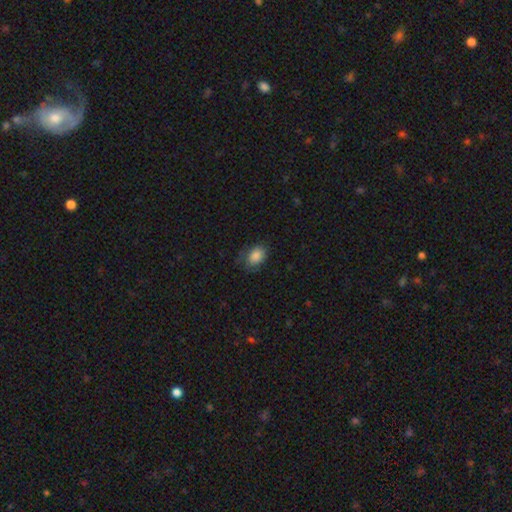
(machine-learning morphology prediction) smooth 85%, star or artifact 8%, featured or disk 6%. Down the decision tree: how rounded — in between (76%); merging — none (69%).